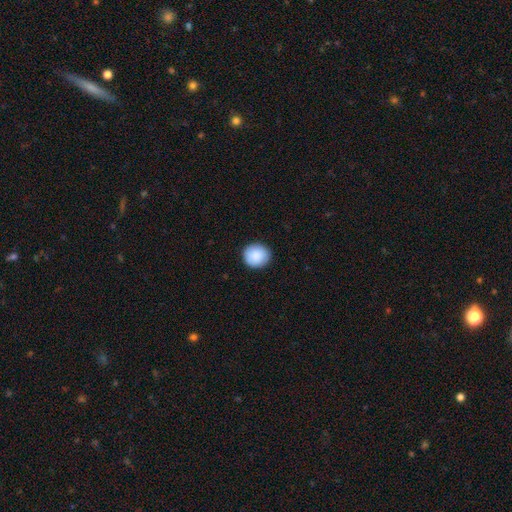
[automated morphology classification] Overall: smooth (89%). How rounded: round (90%). Merging: none (90%).